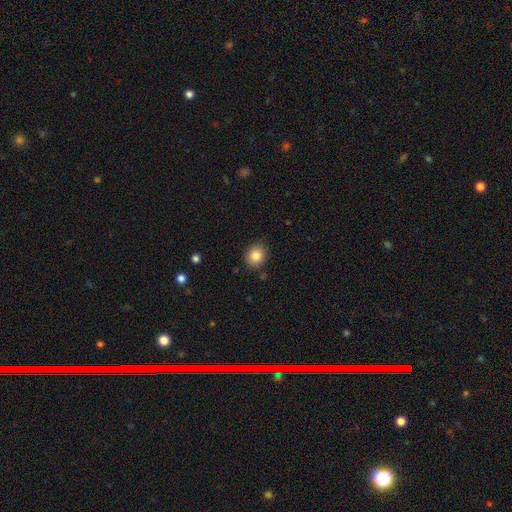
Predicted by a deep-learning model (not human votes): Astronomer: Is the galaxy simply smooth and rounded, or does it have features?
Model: smooth — 84%.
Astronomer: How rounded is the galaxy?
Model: round — 72%.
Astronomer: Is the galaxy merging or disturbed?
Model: none — 86%.